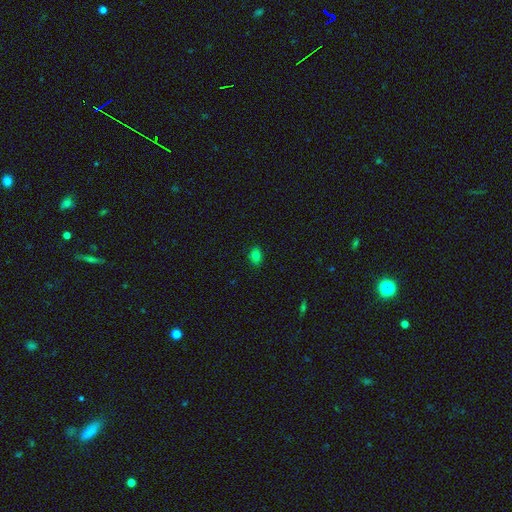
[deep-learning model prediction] smooth 79%, star or artifact 15%, featured or disk 6%. Down the decision tree: how rounded — in between (77%); merging — none (85%).